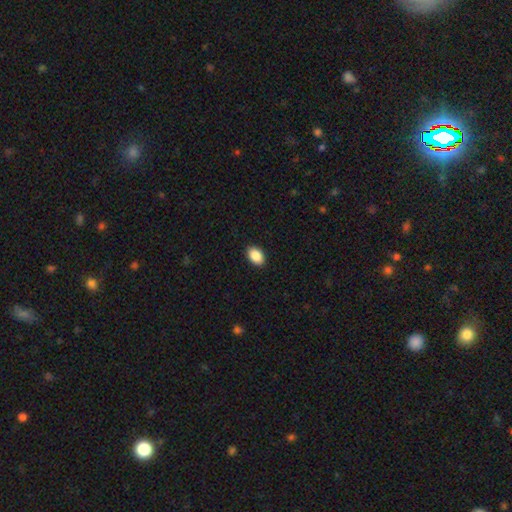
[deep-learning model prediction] smooth-or-featured: smooth: 89% | star or artifact: 7% | featured or disk: 3%
  how-rounded: in between: 88% | round: 11% | cigar-shaped: 1%
  merging: none: 91% | minor disturbance: 6% | major disturbance: 2% | merger: 1%